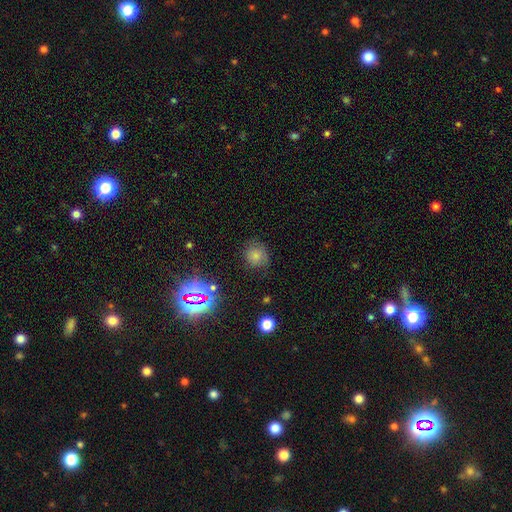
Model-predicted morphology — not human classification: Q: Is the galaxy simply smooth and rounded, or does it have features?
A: smooth — 71%.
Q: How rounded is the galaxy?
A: round — 82%.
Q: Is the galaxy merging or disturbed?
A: none — 71%.